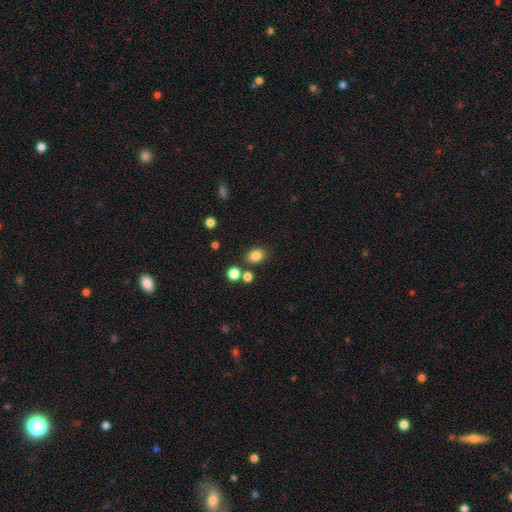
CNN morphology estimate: This appears to be a smooth galaxy with no disk features (82%) that is in between round and cigar-shaped (66%). Merging: none (78%).